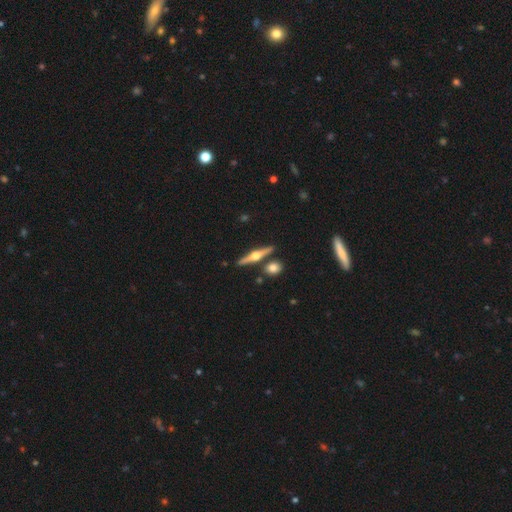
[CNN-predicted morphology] Smooth or featured? Predicted: featured or disk (p=0.79). Edge-on disk? Predicted: yes (p=0.98). Edge-on bulge? Predicted: rounded (p=0.96). Merging? Predicted: none (p=0.85).